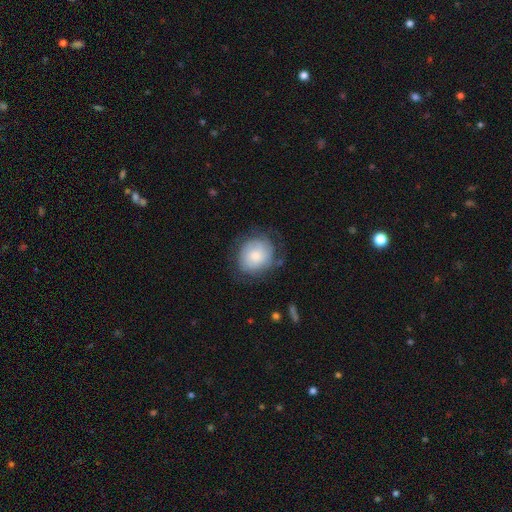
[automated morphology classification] Smooth or featured? smooth (66%)
How rounded? round (76%)
Merging? none (65%)